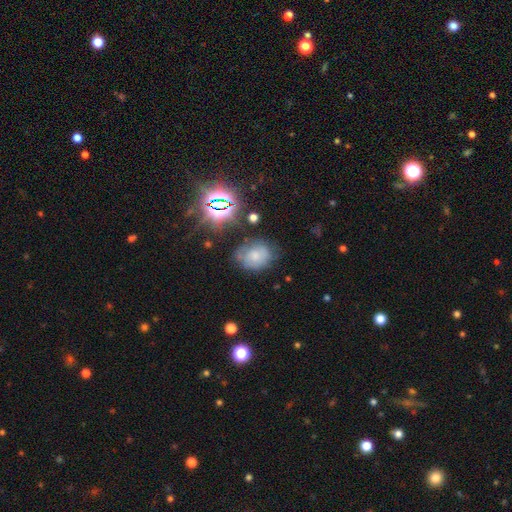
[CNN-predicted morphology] A smooth galaxy with no disk features (53%) that is round (52%). Merging: none (58%).